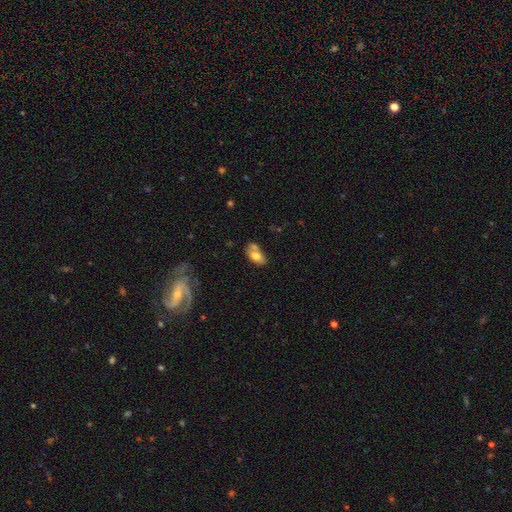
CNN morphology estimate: A smooth galaxy with no disk features (71%) that is in between round and cigar-shaped (90%). Merging: none (45%).